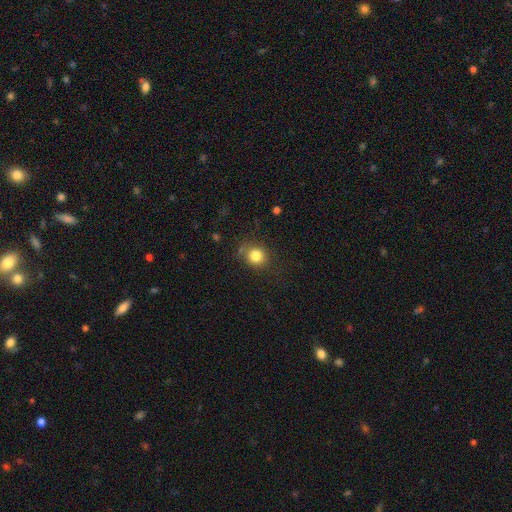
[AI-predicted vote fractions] smooth-or-featured: smooth: 82% | star or artifact: 11% | featured or disk: 7%
  how-rounded: round: 83% | in between: 16% | cigar-shaped: 1%
  merging: none: 76% | minor disturbance: 16% | major disturbance: 5% | merger: 3%